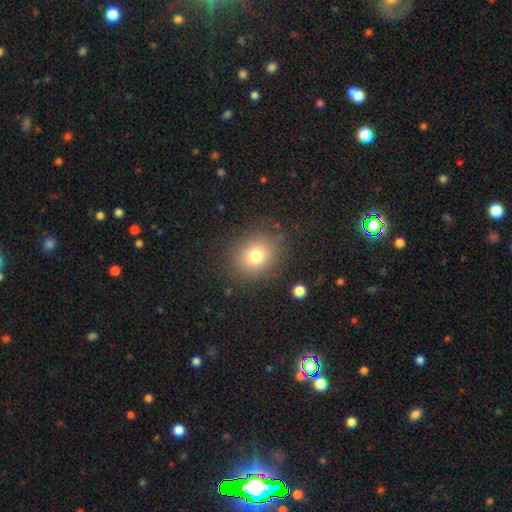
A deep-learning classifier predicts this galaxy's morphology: The model was most divided on "how rounded": round: 67%, in between: 32%, cigar-shaped: 1%. More confident: merging — none (84%); smooth or featured — smooth (77%).